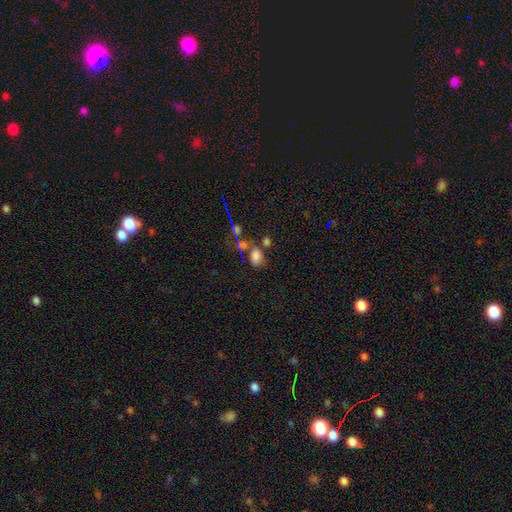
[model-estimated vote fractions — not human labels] smooth-or-featured: smooth: 74% | star or artifact: 17% | featured or disk: 8%
  how-rounded: in between: 70% | round: 28% | cigar-shaped: 2%
  merging: none: 50% | merger: 24% | minor disturbance: 17% | major disturbance: 9%